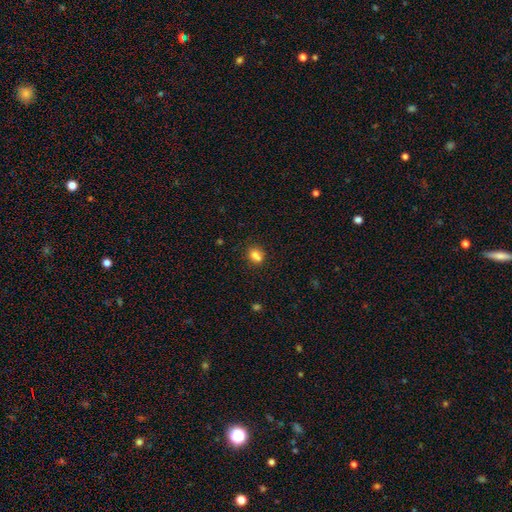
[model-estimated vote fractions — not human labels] smooth_or_featured: smooth (p=0.77) [alt: star or artifact p=0.14]
how_rounded: round (p=0.53) [alt: in between p=0.45]
merging: none (p=0.60) [alt: merger p=0.22]